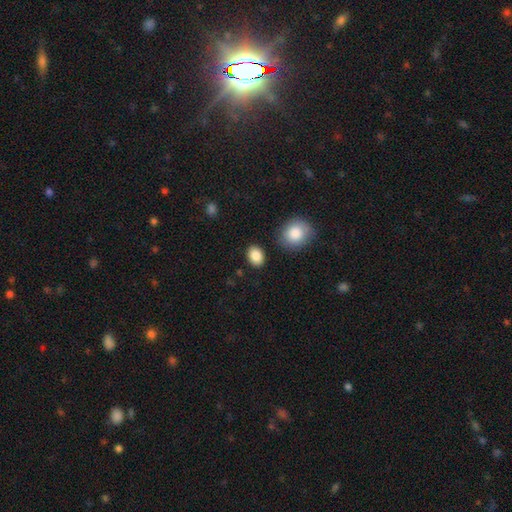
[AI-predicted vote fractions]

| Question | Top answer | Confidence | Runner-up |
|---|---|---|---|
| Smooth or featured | smooth | 88% | star or artifact (8%) |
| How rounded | in between | 71% | round (28%) |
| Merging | none | 85% | minor disturbance (9%) |